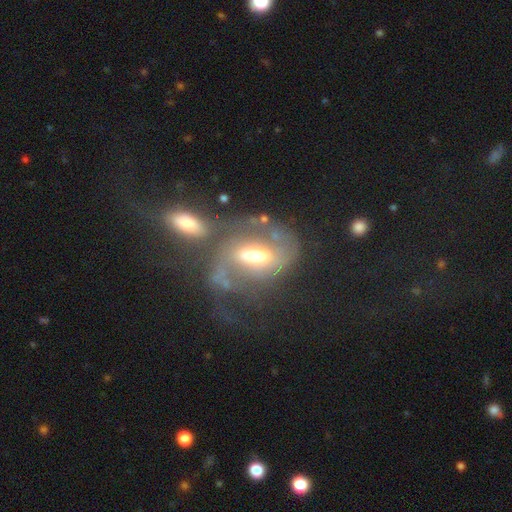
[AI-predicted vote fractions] Smooth or featured? Predicted: featured or disk (p=0.74). Edge-on disk? Predicted: no (p=0.94). Bar? Predicted: weak (p=0.44). Spiral arms? Predicted: yes (p=0.82). Spiral winding? Predicted: medium (p=0.43). Spiral arm count? Predicted: 2 (p=0.69). Bulge size? Predicted: moderate (p=0.63). Merging? Predicted: merger (p=0.32).